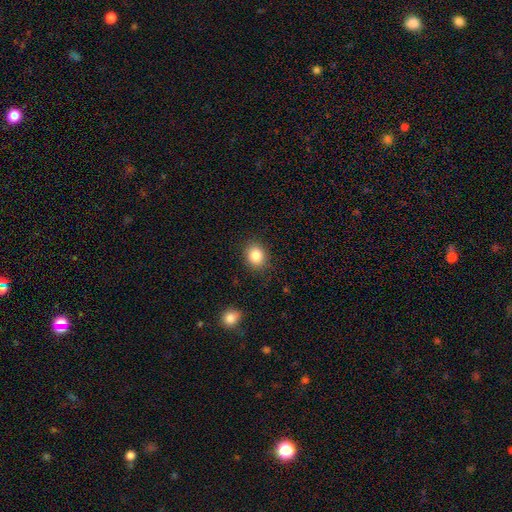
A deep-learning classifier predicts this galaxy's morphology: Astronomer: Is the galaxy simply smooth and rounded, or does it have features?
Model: smooth — 85%.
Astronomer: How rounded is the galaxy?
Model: round — 58% (runner-up: in between, 41%).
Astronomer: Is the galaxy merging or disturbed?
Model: none — 86%.